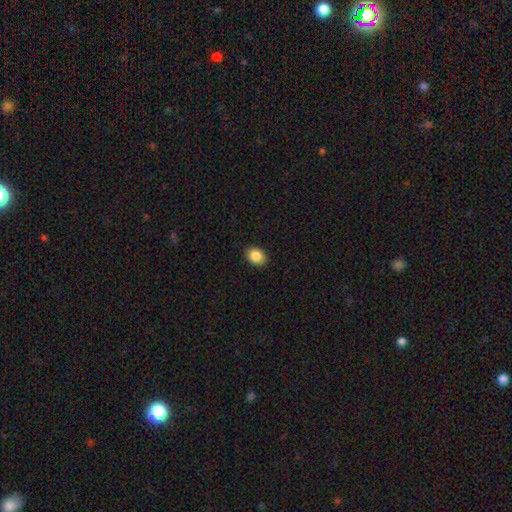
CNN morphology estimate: Smooth or featured? Predicted: smooth (p=0.86). How rounded? Predicted: in between (p=0.55). Merging? Predicted: none (p=0.91).